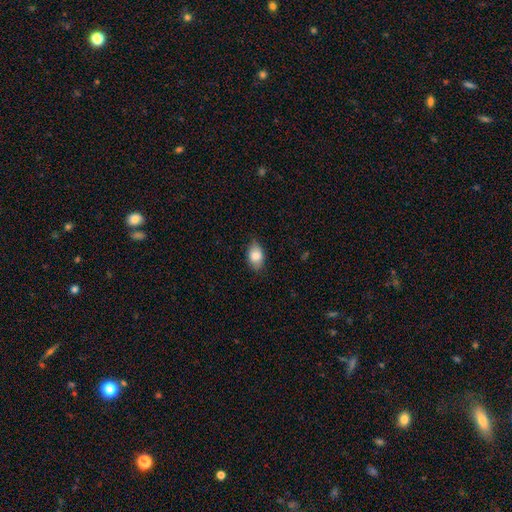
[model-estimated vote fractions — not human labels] Overall: smooth (82%). How rounded: in between (87%). Merging: none (81%).